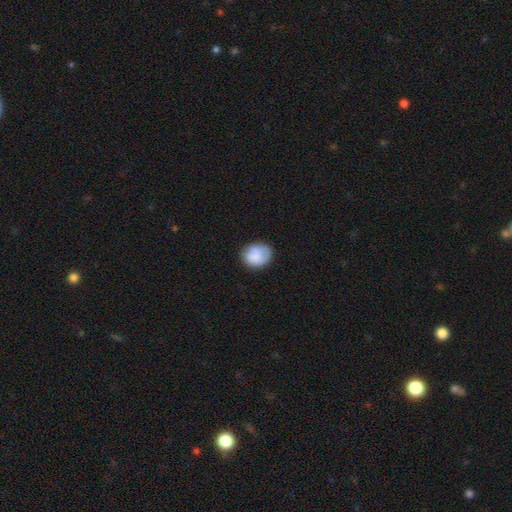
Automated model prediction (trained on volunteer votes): The model was most divided on "how rounded": round: 61%, in between: 38%, cigar-shaped: 1%. More confident: smooth or featured — smooth (82%); merging — none (73%).